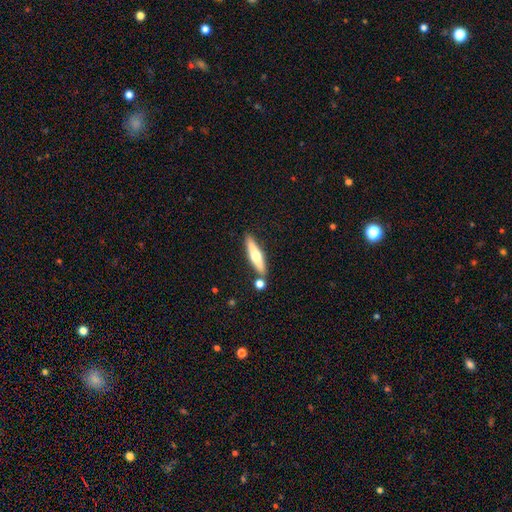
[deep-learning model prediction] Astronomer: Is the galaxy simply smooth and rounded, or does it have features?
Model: featured or disk — 48% (runner-up: smooth, 46%).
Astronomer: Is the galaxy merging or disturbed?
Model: none — 80%.